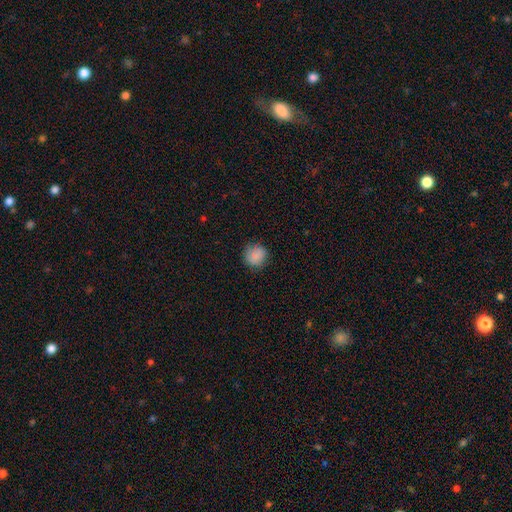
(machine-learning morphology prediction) This appears to be a smooth galaxy with no disk features (85%) that is round (86%). Merging: none (82%).